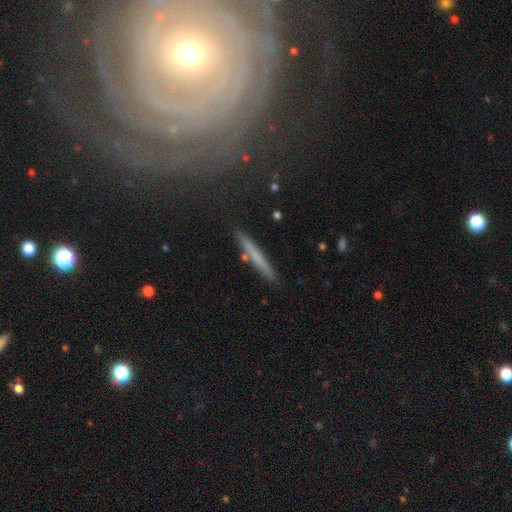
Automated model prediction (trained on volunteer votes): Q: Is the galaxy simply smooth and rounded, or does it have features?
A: smooth — 59%.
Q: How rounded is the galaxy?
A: cigar-shaped — 96%.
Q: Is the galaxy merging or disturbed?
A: none — 88%.